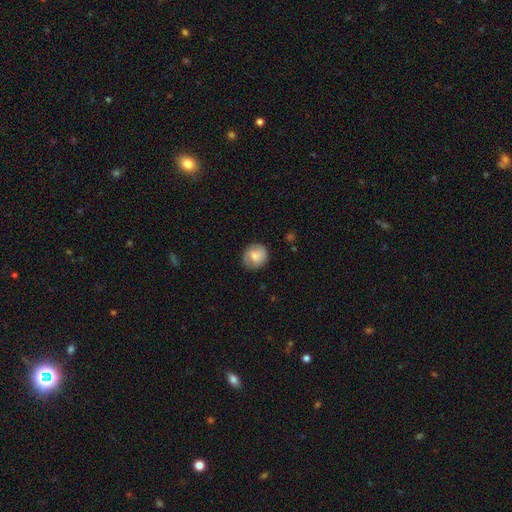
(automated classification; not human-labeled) The model was most divided on "smooth or featured": smooth: 72%, featured or disk: 21%, star or artifact: 7%. More confident: how rounded — round (87%); merging — none (79%).